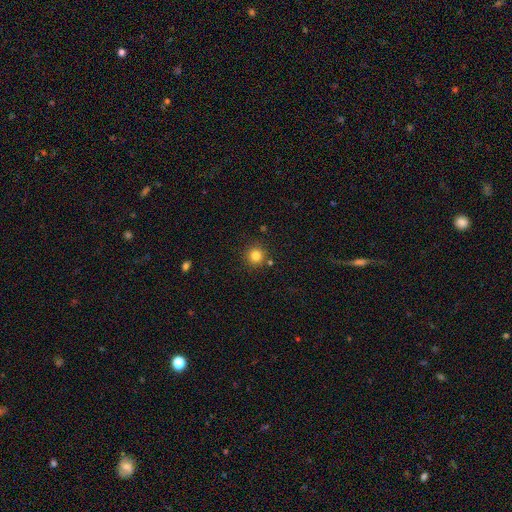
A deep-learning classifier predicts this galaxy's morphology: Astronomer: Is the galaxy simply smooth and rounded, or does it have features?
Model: smooth — 82%.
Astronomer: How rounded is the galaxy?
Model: round — 94%.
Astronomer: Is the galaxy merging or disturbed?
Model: none — 87%.